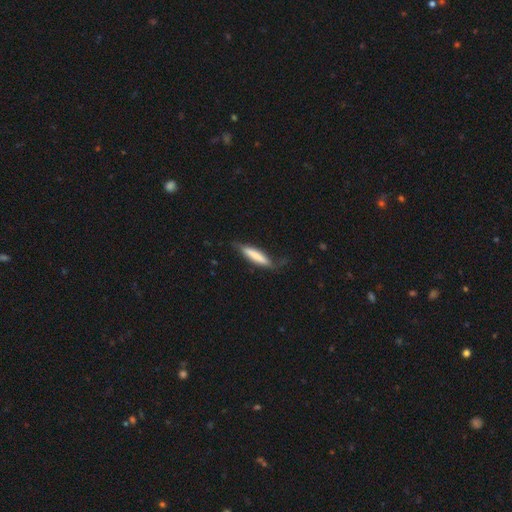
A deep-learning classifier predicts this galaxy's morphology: smooth-or-featured: smooth: 71% | featured or disk: 24% | star or artifact: 5%
  how-rounded: cigar-shaped: 82% | in between: 16% | round: 1%
  merging: none: 55% | minor disturbance: 30% | major disturbance: 13% | merger: 2%